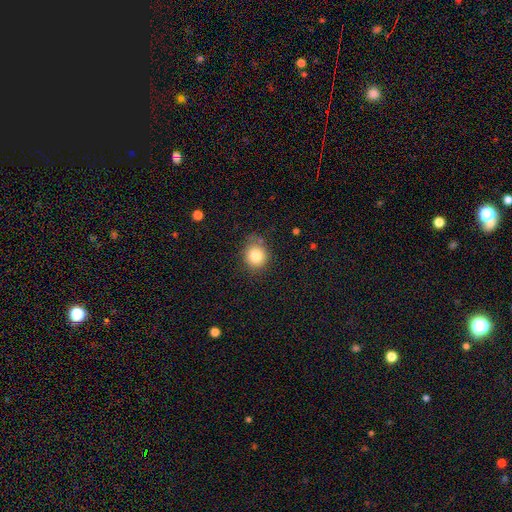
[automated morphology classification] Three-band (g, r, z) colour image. It shows a smooth galaxy with no disk features (82%) that is round (84%). Merging: none (76%).